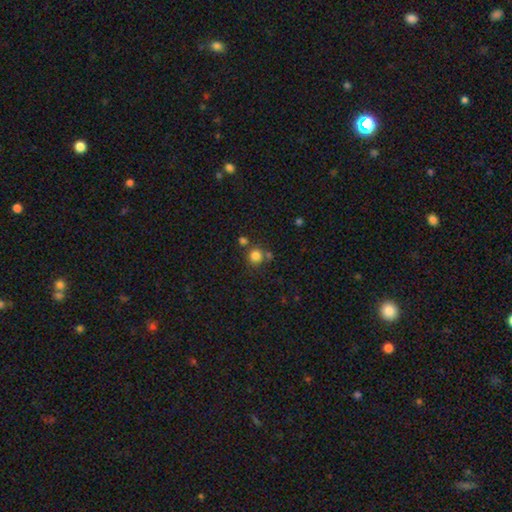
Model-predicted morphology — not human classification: A smooth galaxy with no disk features (81%) that is round (92%).

Vote fractions:
- Smooth or featured? smooth: 81% / star or artifact: 13% / featured or disk: 6%
- How rounded? round: 92% / in between: 7% / cigar-shaped: 1%
- Merging? none: 71% / merger: 16% / minor disturbance: 9% / major disturbance: 4%